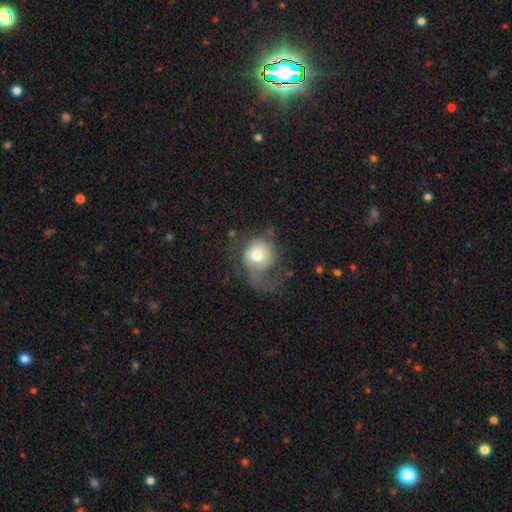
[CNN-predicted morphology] smooth_or_featured: smooth (p=0.56) [alt: featured or disk p=0.36]
how_rounded: round (p=0.75) [alt: in between p=0.24]
merging: major disturbance (p=0.49) [alt: none p=0.28]